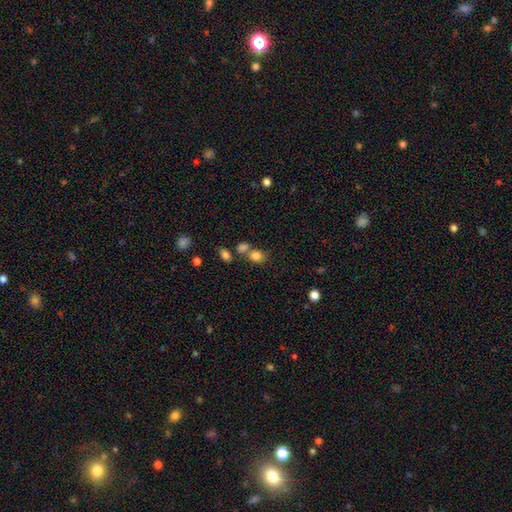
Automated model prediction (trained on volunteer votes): Smooth or featured?
  - smooth: 81% *
  - star or artifact: 12%
  - featured or disk: 7%
How rounded?
  - round: 54% *
  - in between: 44%
  - cigar-shaped: 1%
Merging?
  - none: 53% *
  - merger: 32%
  - minor disturbance: 11%
  - major disturbance: 5%